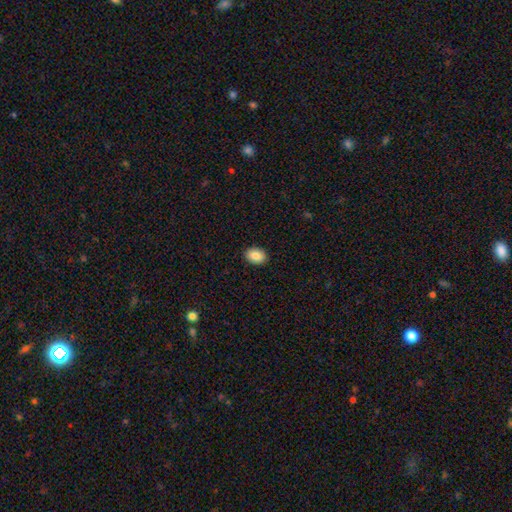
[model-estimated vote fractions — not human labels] The model was most divided on "how rounded": in between: 76%, round: 23%, cigar-shaped: 1%. More confident: merging — none (91%); smooth or featured — smooth (88%).